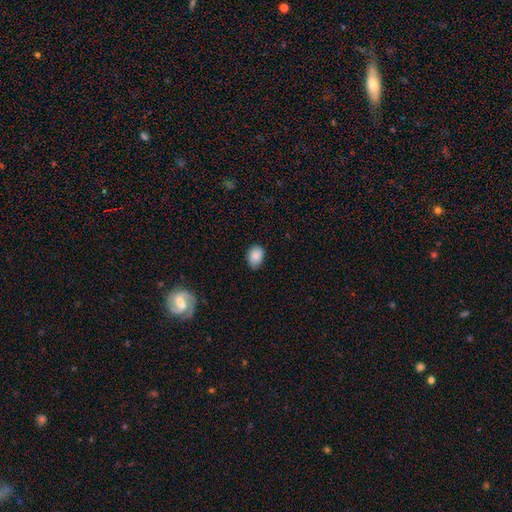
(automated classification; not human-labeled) Q: Smooth or featured?
A: smooth (86%); runner-up: star or artifact (8%)
Q: How rounded?
A: in between (70%); runner-up: round (29%)
Q: Merging?
A: none (70%); runner-up: minor disturbance (26%)